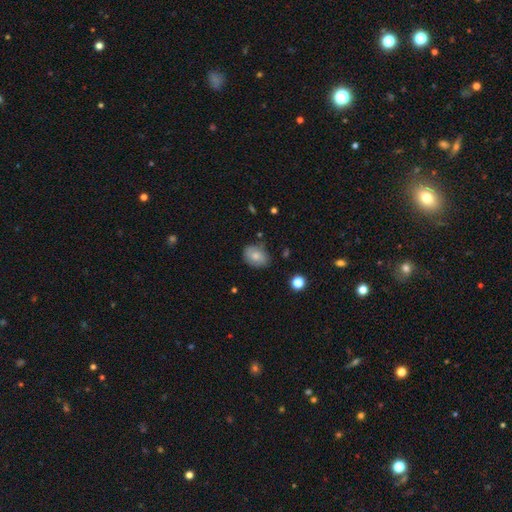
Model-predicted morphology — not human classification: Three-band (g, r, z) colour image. It shows a smooth galaxy with no disk features (72%) that is in between round and cigar-shaped (68%). Merging: none (74%).